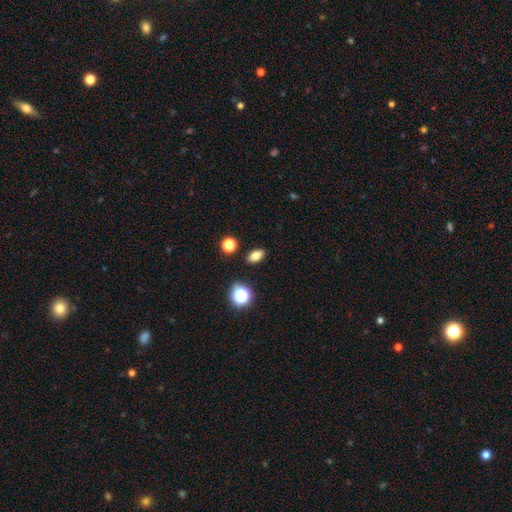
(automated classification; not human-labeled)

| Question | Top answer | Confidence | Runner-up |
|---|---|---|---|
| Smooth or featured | smooth | 76% | star or artifact (13%) |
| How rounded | in between | 80% | round (14%) |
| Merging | none | 88% | minor disturbance (8%) |